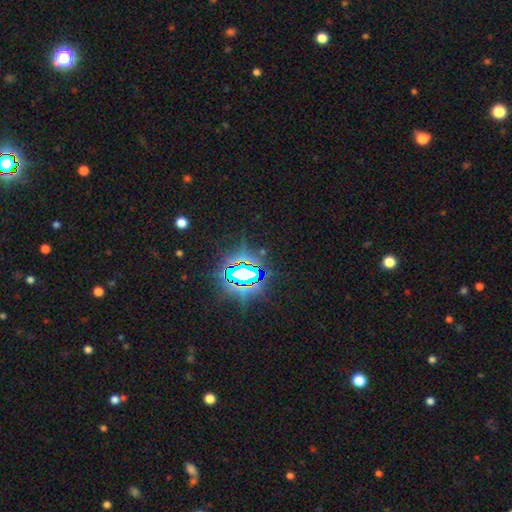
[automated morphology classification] smooth_or_featured: star or artifact (p=0.82) [alt: smooth p=0.11]